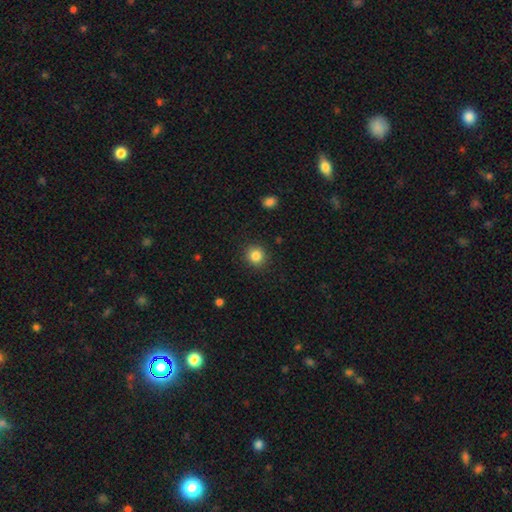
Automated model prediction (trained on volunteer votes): A smooth galaxy with no disk features (85%) that is round (89%). Merging: none (90%).